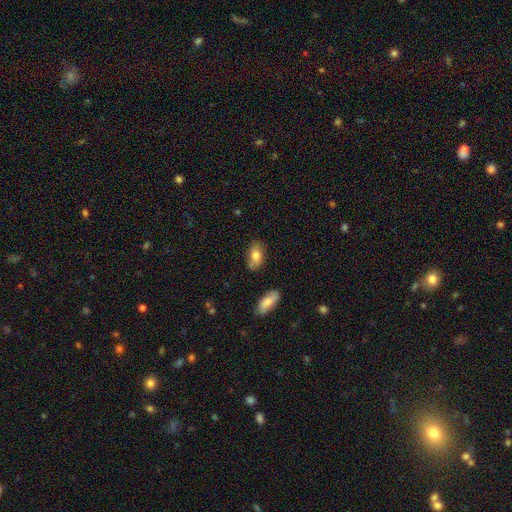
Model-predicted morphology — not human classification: Smooth or featured? Predicted: smooth (p=0.76). How rounded? Predicted: in between (p=0.90). Merging? Predicted: none (p=0.69).